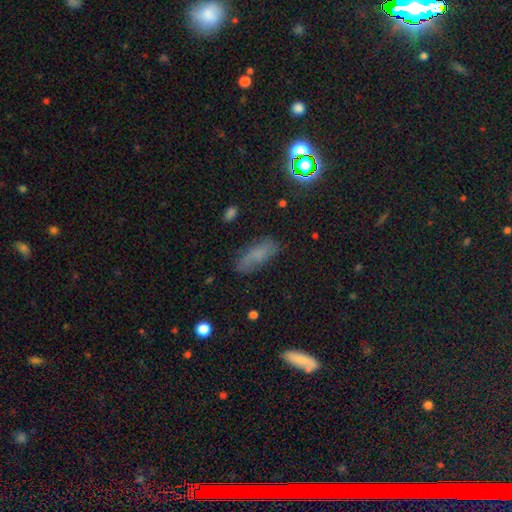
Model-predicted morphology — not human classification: Q: Smooth or featured?
A: smooth (67%); runner-up: featured or disk (19%)
Q: How rounded?
A: in between (73%); runner-up: cigar-shaped (23%)
Q: Merging?
A: none (69%); runner-up: minor disturbance (21%)